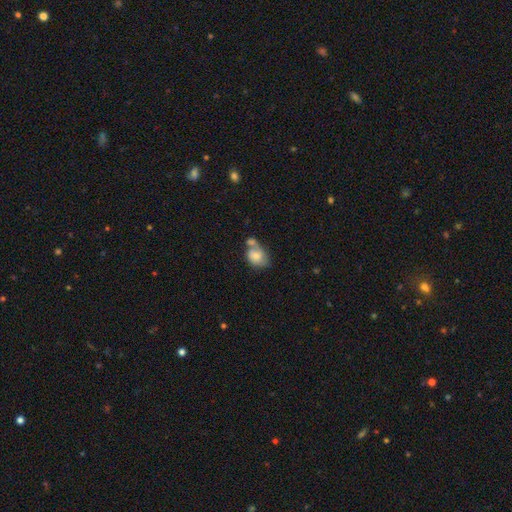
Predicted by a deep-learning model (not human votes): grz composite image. It shows a smooth galaxy with no disk features (71%) that is in between round and cigar-shaped (64%). Merging: merger (48%).